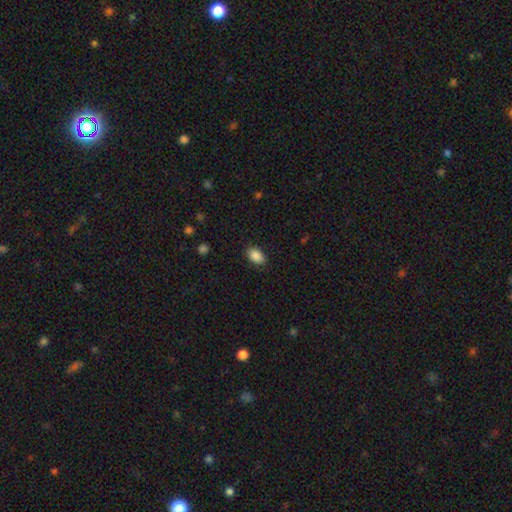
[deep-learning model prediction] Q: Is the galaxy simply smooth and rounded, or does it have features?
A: smooth — 89%.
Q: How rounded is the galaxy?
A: in between — 90%.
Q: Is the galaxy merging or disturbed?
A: none — 87%.